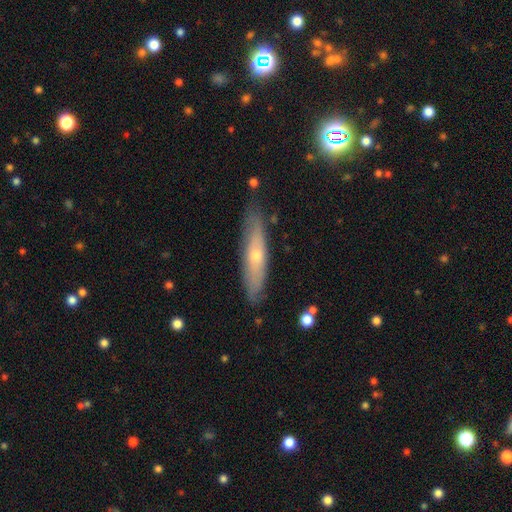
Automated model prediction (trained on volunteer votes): smooth-or-featured: featured or disk: 49% | smooth: 44% | star or artifact: 7%
  merging: none: 81% | minor disturbance: 14% | major disturbance: 3% | merger: 2%